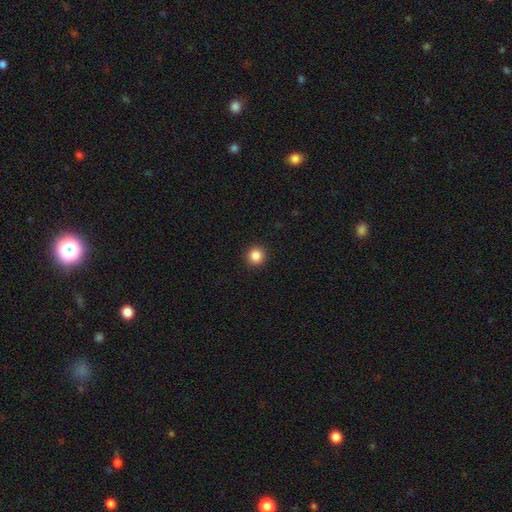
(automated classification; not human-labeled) Smooth or featured? smooth (86%)
How rounded? round (94%)
Merging? none (93%)